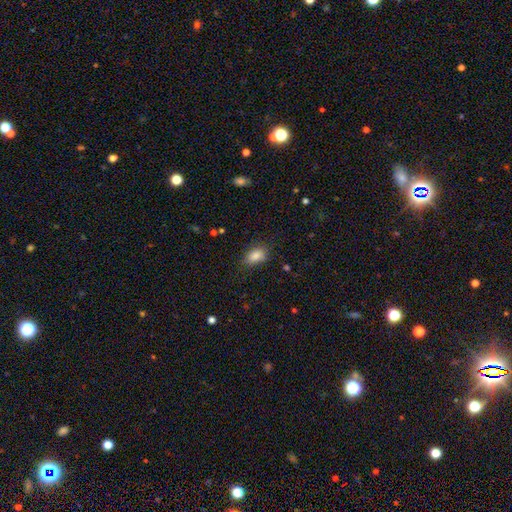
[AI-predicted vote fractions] smooth-or-featured: smooth: 86% | star or artifact: 8% | featured or disk: 6%
  how-rounded: in between: 87% | round: 11% | cigar-shaped: 2%
  merging: none: 74% | minor disturbance: 19% | major disturbance: 5% | merger: 1%